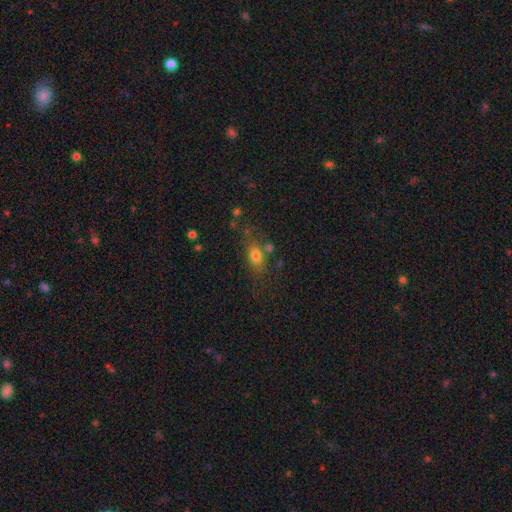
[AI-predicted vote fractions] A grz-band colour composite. It shows a smooth galaxy with no disk features (75%) that is in between round and cigar-shaped (70%). Merging: none (63%).